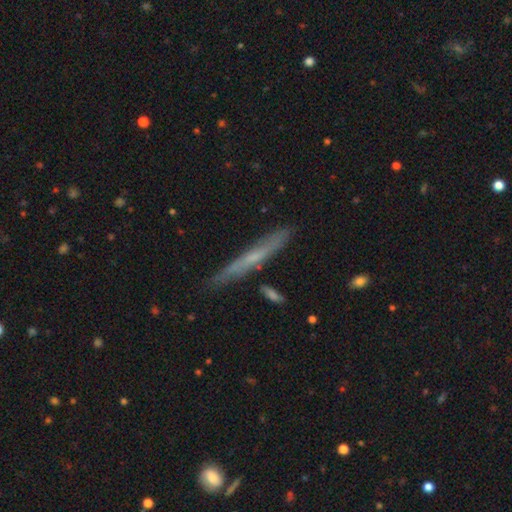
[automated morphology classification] Overall: featured or disk (54%; smooth 37%). Edge-on disk: yes (92%). Merging: none (83%).